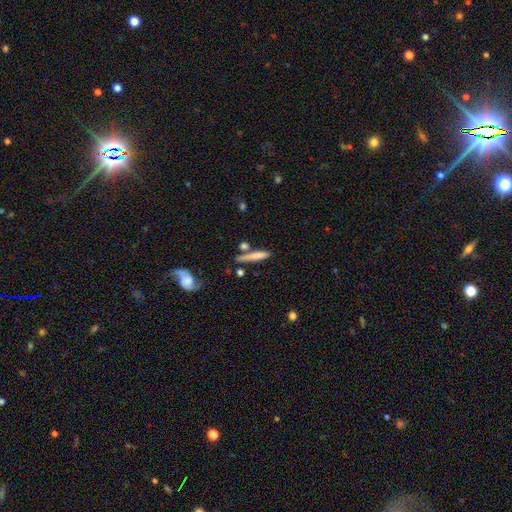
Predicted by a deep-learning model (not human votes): The model was most divided on "merging": none: 64%, minor disturbance: 16%, merger: 15%, major disturbance: 5%. More confident: how rounded — cigar-shaped (87%); smooth or featured — smooth (71%).